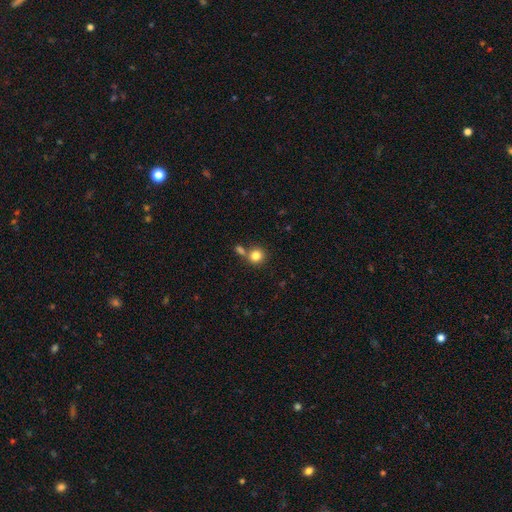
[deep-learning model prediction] A smooth galaxy with no disk features (83%) that is round (90%). Merging: none (62%).